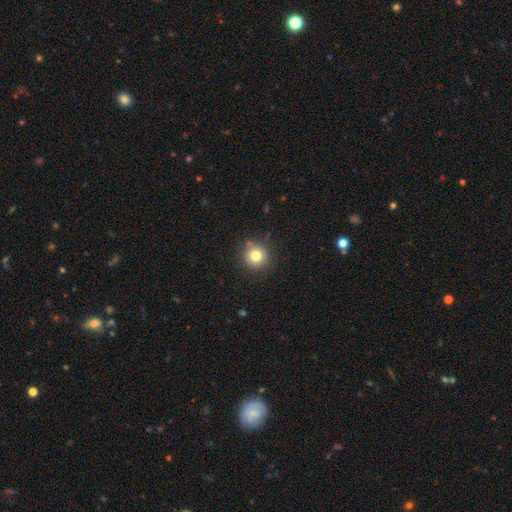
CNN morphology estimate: smooth-or-featured: smooth: 78% | star or artifact: 12% | featured or disk: 9%
  how-rounded: round: 94% | in between: 6% | cigar-shaped: 1%
  merging: none: 83% | minor disturbance: 10% | merger: 3% | major disturbance: 3%